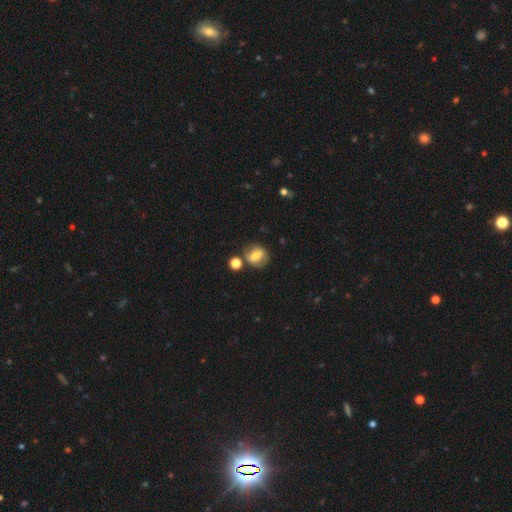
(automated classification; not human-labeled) This is possibly a smooth galaxy (56%). How rounded: possibly round (60%). Merging: likely none (63%).